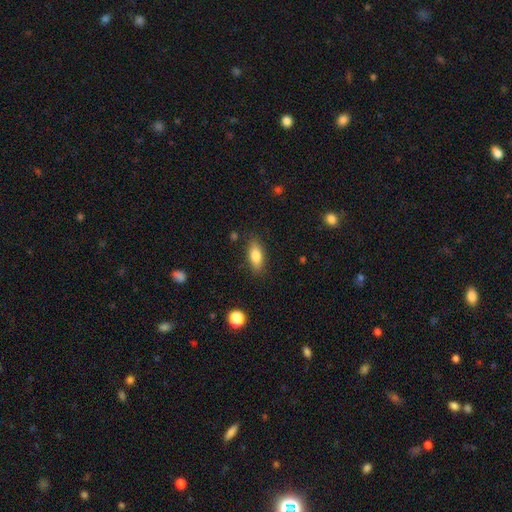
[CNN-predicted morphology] type=smooth (79%); roundness=in between (77%); merging=none (84%).